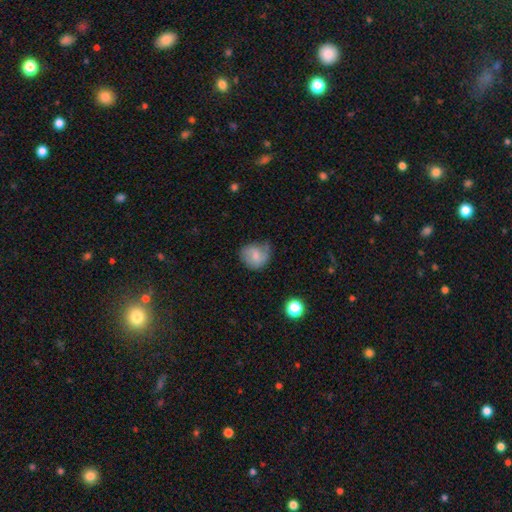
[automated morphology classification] This appears to be a smooth galaxy with no disk features (60%) that is round (71%). Merging: none (47%).